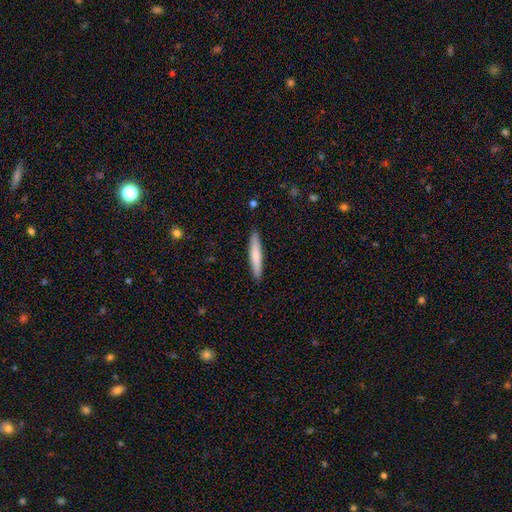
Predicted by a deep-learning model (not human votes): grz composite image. It shows a smooth galaxy with no disk features (75%) that is cigar-shaped (92%). Merging: none (90%).